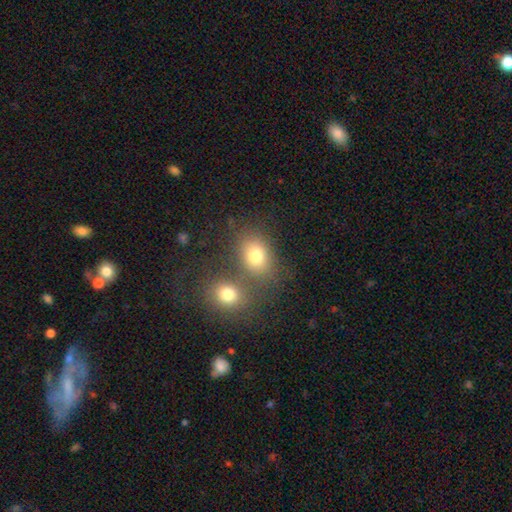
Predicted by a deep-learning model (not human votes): A smooth galaxy with no disk features (77%) that is in between round and cigar-shaped (59%).

Vote fractions:
- Smooth or featured? smooth: 77% / star or artifact: 13% / featured or disk: 10%
- How rounded? in between: 59% / round: 40% / cigar-shaped: 1%
- Merging? none: 60% / merger: 25% / minor disturbance: 11% / major disturbance: 5%